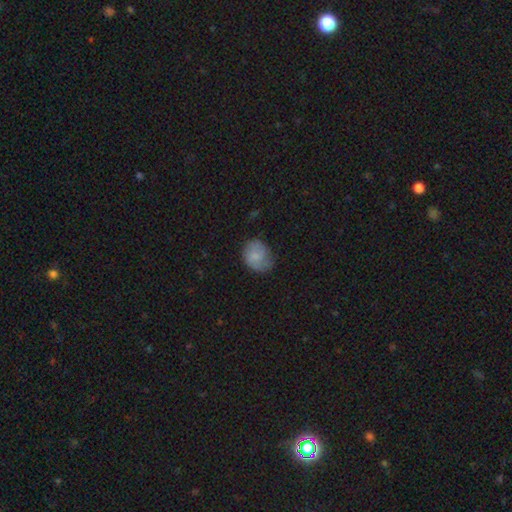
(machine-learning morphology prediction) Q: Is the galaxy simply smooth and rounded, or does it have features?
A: smooth — 70%.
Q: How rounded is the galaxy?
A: round — 62%.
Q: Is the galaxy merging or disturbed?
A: none — 57%.